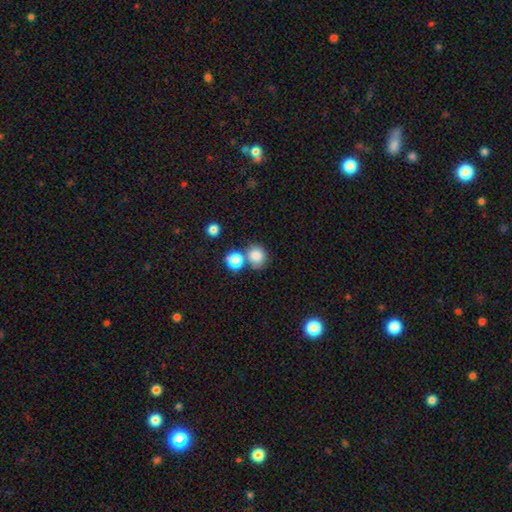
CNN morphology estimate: This is clearly a smooth galaxy (81%). How rounded: clearly round (81%). Merging: likely none (61%).